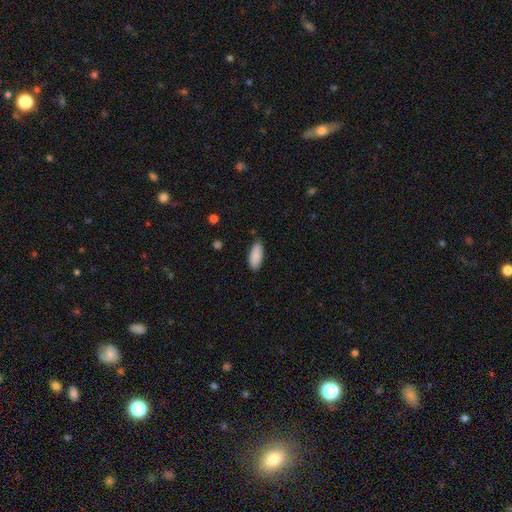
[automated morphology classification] smooth-or-featured: smooth: 90% | star or artifact: 6% | featured or disk: 4%
  how-rounded: in between: 84% | cigar-shaped: 14% | round: 2%
  merging: none: 83% | minor disturbance: 13% | major disturbance: 2% | merger: 1%